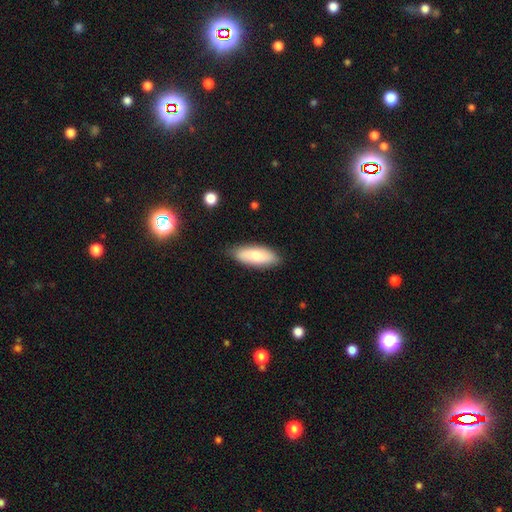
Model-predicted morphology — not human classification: A smooth galaxy with no disk features (77%) that is in between round and cigar-shaped (77%). Merging: none (82%).